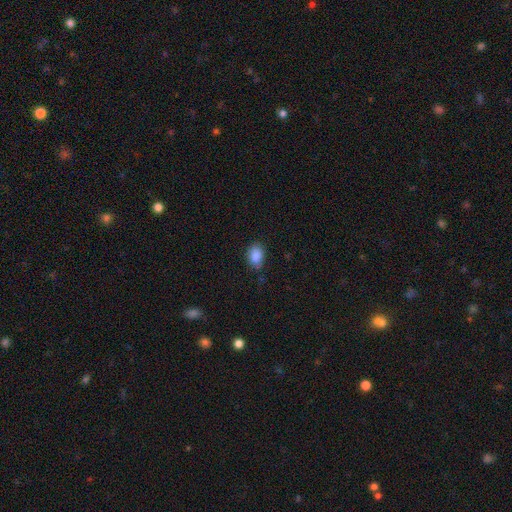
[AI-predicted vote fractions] smooth_or_featured: smooth (p=0.88) [alt: star or artifact p=0.08]
how_rounded: in between (p=0.79) [alt: round p=0.20]
merging: none (p=0.74) [alt: minor disturbance p=0.20]